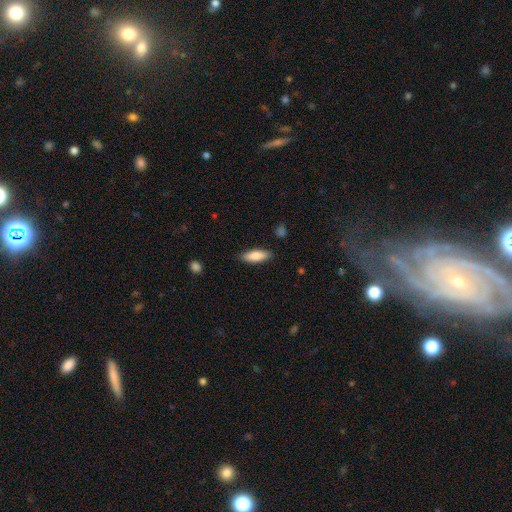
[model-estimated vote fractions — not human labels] A smooth galaxy with no disk features (84%) that is in between round and cigar-shaped (62%).

Vote fractions:
- Smooth or featured? smooth: 84% / featured or disk: 10% / star or artifact: 6%
- How rounded? in between: 62% / cigar-shaped: 37% / round: 2%
- Merging? none: 86% / minor disturbance: 10% / major disturbance: 2% / merger: 1%